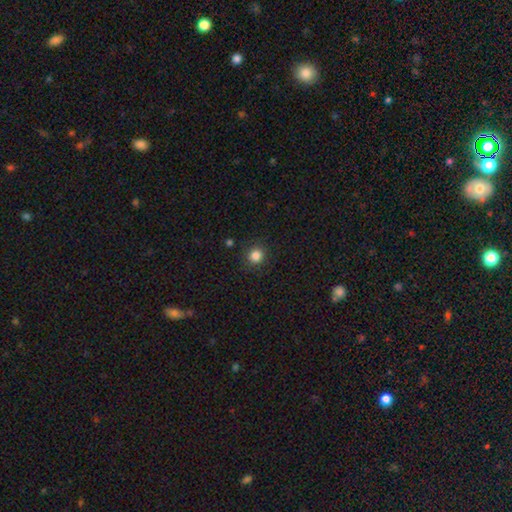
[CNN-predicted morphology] The model was most divided on "smooth or featured": smooth: 84%, star or artifact: 12%, featured or disk: 4%. More confident: how rounded — round (92%); merging — none (90%).